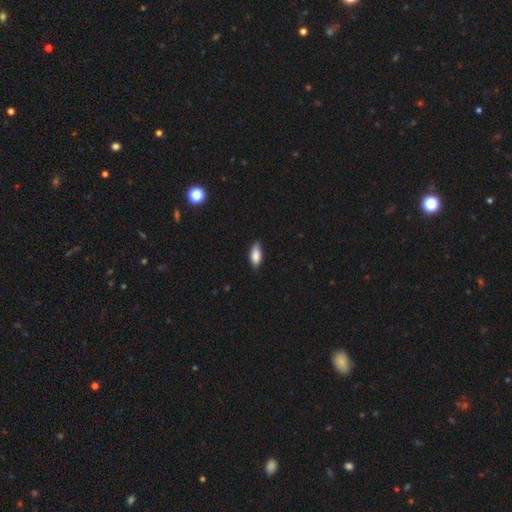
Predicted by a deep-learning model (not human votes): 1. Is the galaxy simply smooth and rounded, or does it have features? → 85% smooth, 8% featured or disk, 7% star or artifact.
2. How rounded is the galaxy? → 84% in between, 14% cigar-shaped, 2% round.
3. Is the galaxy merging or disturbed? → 78% none, 19% minor disturbance, 2% major disturbance, 1% merger.